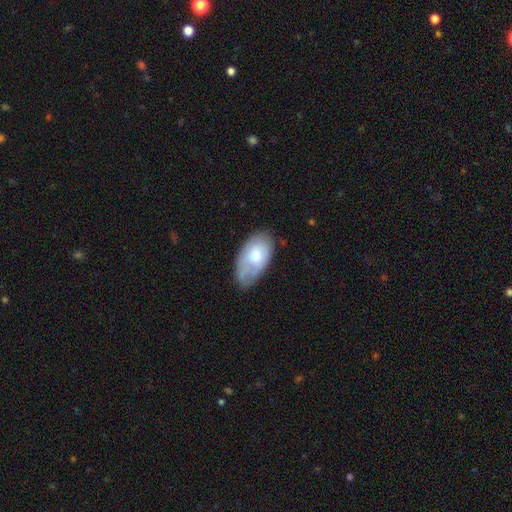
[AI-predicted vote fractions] A smooth galaxy with no disk features (66%) that is in between round and cigar-shaped (94%). Merging: none (57%).